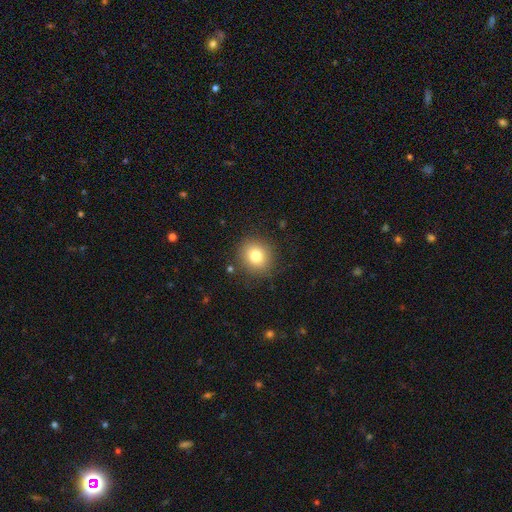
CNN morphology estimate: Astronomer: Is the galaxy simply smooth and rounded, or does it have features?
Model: smooth — 80%.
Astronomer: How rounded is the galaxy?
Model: round — 84%.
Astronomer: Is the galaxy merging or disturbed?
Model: none — 88%.